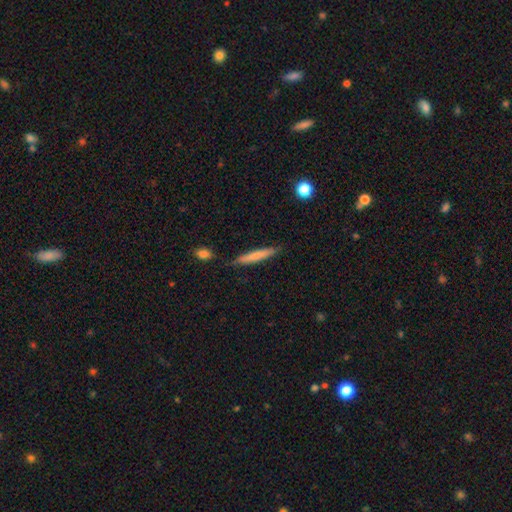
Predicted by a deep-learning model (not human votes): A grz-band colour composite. It shows a smooth galaxy with no disk features (71%) that is cigar-shaped (94%). Merging: none (83%).